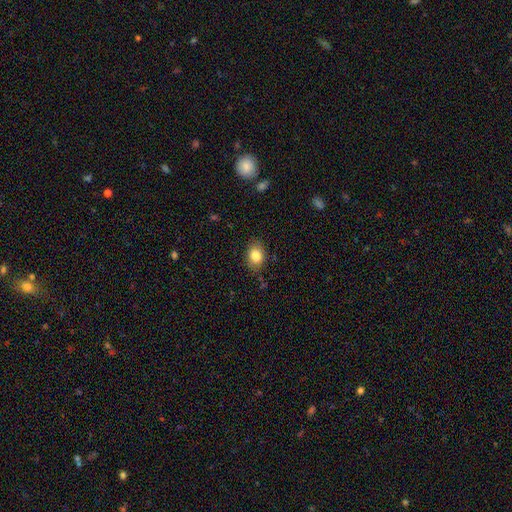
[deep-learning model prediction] Overall: smooth (83%). How rounded: in between (67%; round 32%). Merging: none (79%).